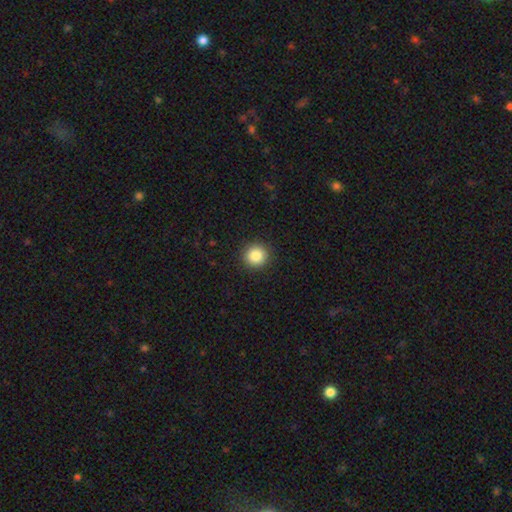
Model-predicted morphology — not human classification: smooth 85%, star or artifact 10%, featured or disk 5%. Down the decision tree: how rounded — round (94%); merging — none (92%).